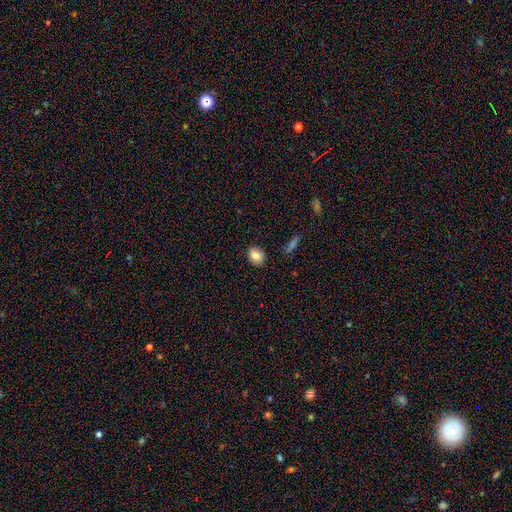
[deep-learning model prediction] Smooth or featured? smooth (85%)
How rounded? in between (65%)
Merging? none (87%)